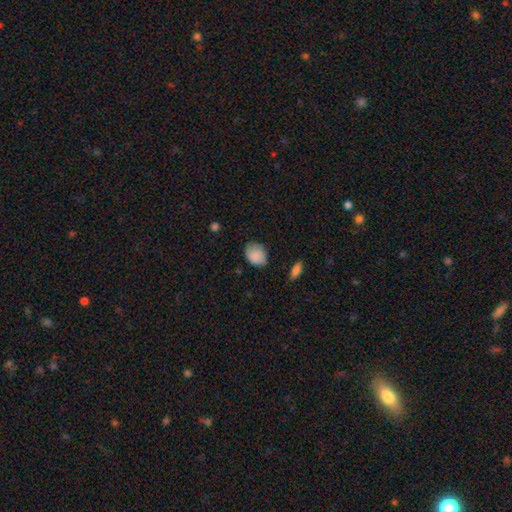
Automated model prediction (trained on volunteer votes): Smooth or featured? Predicted: smooth (p=0.84). How rounded? Predicted: in between (p=0.62). Merging? Predicted: none (p=0.71).